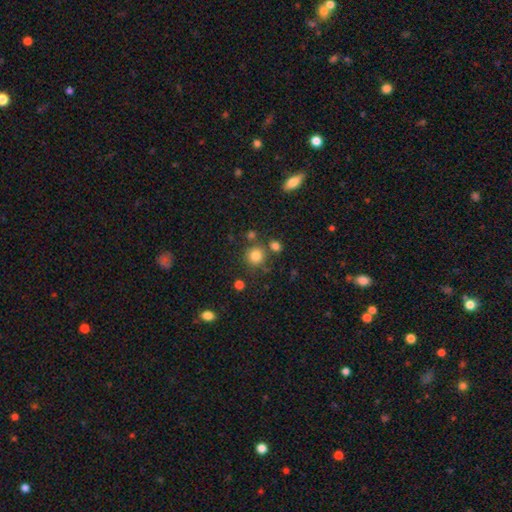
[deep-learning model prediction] This is clearly a smooth galaxy (81%). How rounded: clearly round (90%). Merging: likely none (74%).